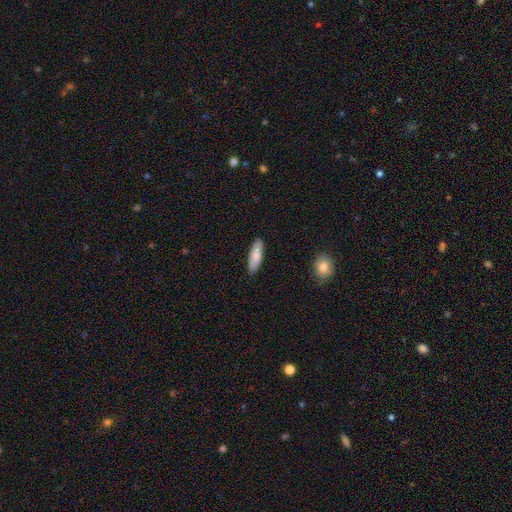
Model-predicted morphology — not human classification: A smooth galaxy with no disk features (83%) that is in between round and cigar-shaped (51%).

Vote fractions:
- Smooth or featured? smooth: 83% / featured or disk: 12% / star or artifact: 6%
- How rounded? in between: 51% / cigar-shaped: 47% / round: 2%
- Merging? none: 88% / minor disturbance: 9% / major disturbance: 2% / merger: 1%